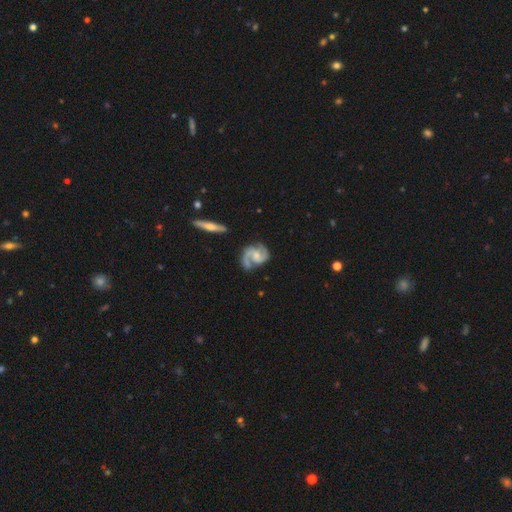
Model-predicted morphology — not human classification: Smooth or featured?
  - featured or disk: 90% *
  - smooth: 6%
  - star or artifact: 4%
Edge-on disk?
  - no: 98% *
  - yes: 2%
Bar?
  - no: 49% *
  - weak: 40%
  - strong: 11%
Spiral arms?
  - yes: 98% *
  - no: 2%
Spiral winding?
  - medium: 57% *
  - tight: 25%
  - loose: 18%
Spiral arm count?
  - 2: 90% *
  - 3: 3%
  - can't tell: 3%
  - 1: 2%
  - 4: 1%
  - more than 4: 1%
Bulge size?
  - moderate: 39% *
  - small: 36%
  - none: 18%
  - large: 5%
  - dominant: 1%
Merging?
  - none: 71% *
  - minor disturbance: 18%
  - major disturbance: 7%
  - merger: 4%